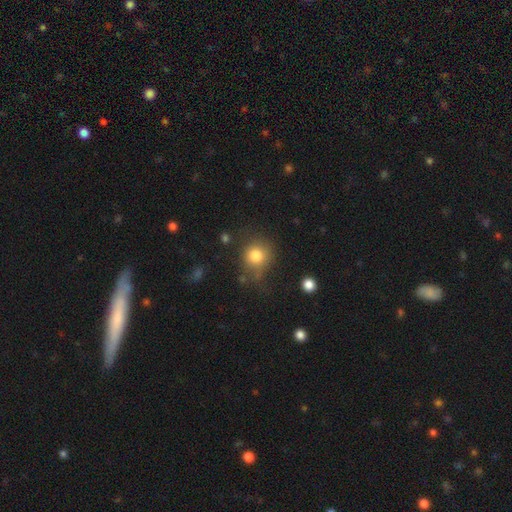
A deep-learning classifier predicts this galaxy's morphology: A smooth galaxy with no disk features (80%) that is round (86%). Merging: none (64%).